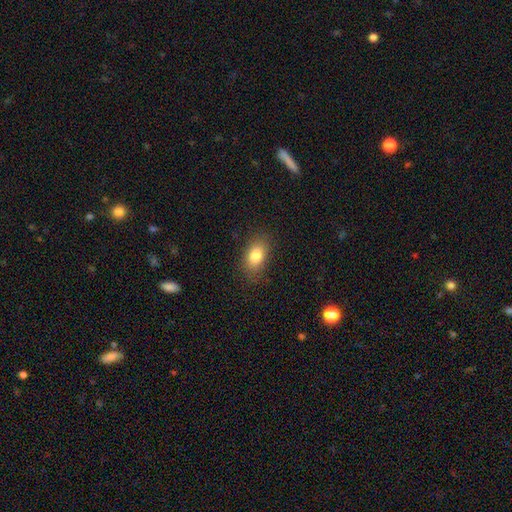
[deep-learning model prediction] smooth_or_featured: smooth (p=0.82) [alt: featured or disk p=0.09]
how_rounded: in between (p=0.86) [alt: round p=0.11]
merging: none (p=0.83) [alt: minor disturbance p=0.12]